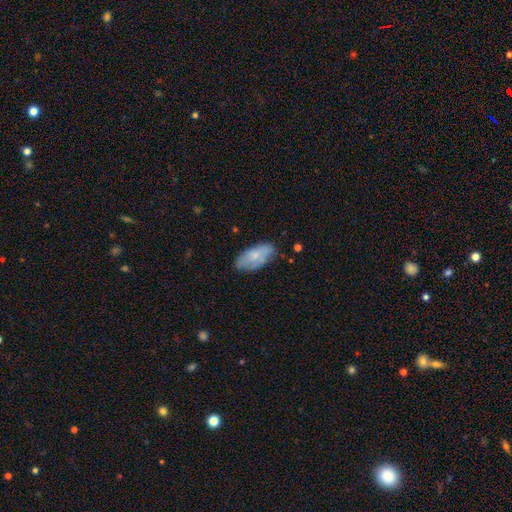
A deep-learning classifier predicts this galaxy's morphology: This appears to be a smooth galaxy with no disk features (69%) that is in between round and cigar-shaped (91%). Merging: none (66%).